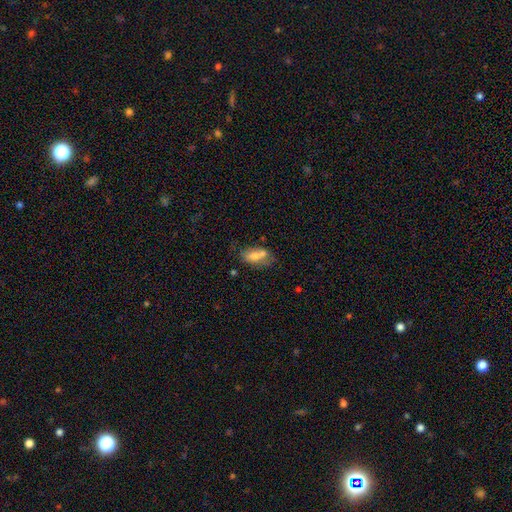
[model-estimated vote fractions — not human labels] A smooth galaxy with no disk features (63%) that is in between round and cigar-shaped (81%).

Vote fractions:
- Smooth or featured? smooth: 63% / featured or disk: 28% / star or artifact: 9%
- How rounded? in between: 81% / cigar-shaped: 12% / round: 7%
- Merging? none: 41% / merger: 29% / minor disturbance: 20% / major disturbance: 10%